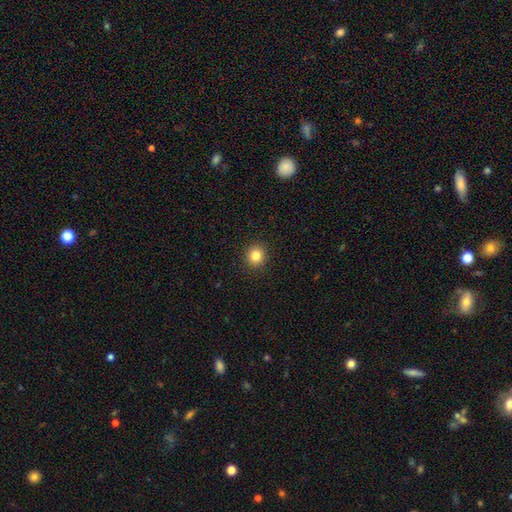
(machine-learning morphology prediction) smooth_or_featured: smooth (p=0.83) [alt: star or artifact p=0.11]
how_rounded: round (p=0.90) [alt: in between p=0.09]
merging: none (p=0.92) [alt: minor disturbance p=0.05]